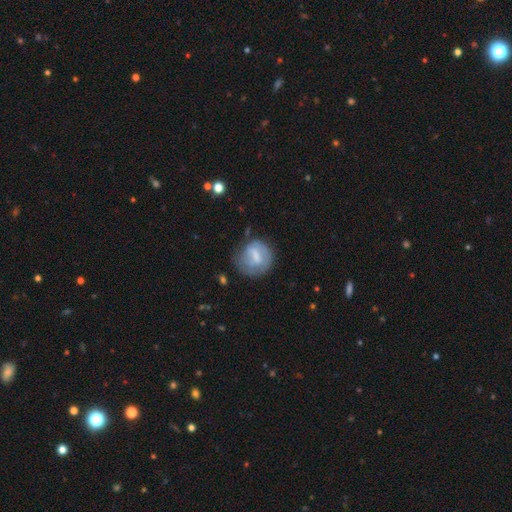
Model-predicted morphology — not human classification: Smooth or featured? Predicted: smooth (p=0.49). Merging? Predicted: none (p=0.54).